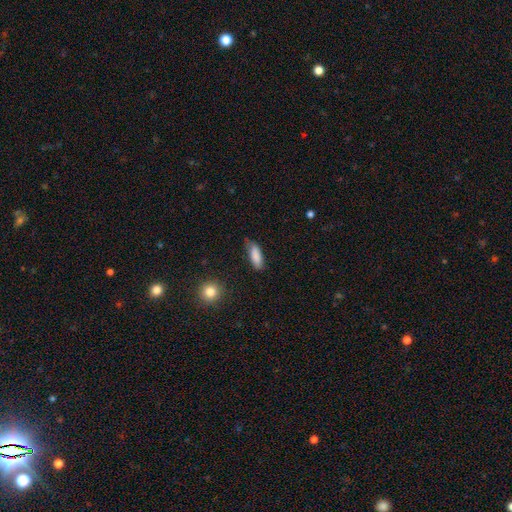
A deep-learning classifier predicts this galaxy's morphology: This is clearly a smooth galaxy (85%). How rounded: likely in between (68%). Merging: likely none (65%).